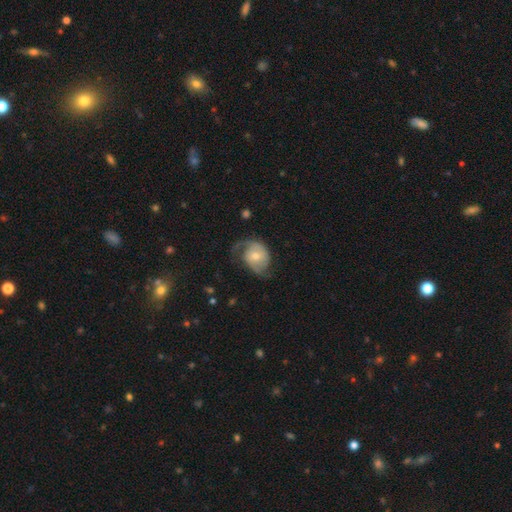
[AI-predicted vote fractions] Smooth or featured: featured or disk — 72% (smooth — 22%)
Edge-on disk: no — 97% (yes — 3%)
Bar: no — 65% (weak — 29%)
Spiral arms: yes — 91% (no — 9%)
Spiral winding: medium — 42% (loose — 34%)
Spiral arm count: 2 — 75% (1 — 14%)
Bulge size: moderate — 57% (small — 33%)
Merging: none — 54% (minor disturbance — 24%)